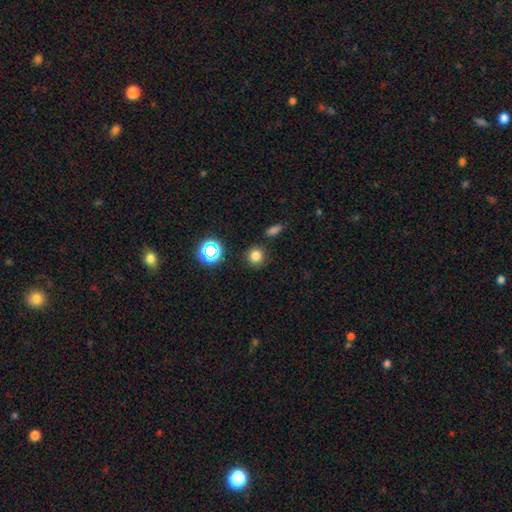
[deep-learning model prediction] Smooth or featured?
  - smooth: 77% *
  - star or artifact: 18%
  - featured or disk: 6%
How rounded?
  - round: 90% *
  - in between: 9%
  - cigar-shaped: 1%
Merging?
  - none: 86% *
  - minor disturbance: 8%
  - merger: 4%
  - major disturbance: 3%